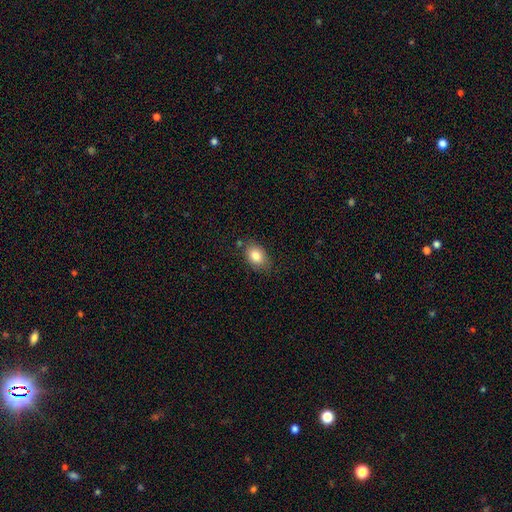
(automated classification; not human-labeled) smooth-or-featured: smooth: 83% | featured or disk: 9% | star or artifact: 8%
  how-rounded: in between: 80% | round: 18% | cigar-shaped: 1%
  merging: none: 77% | minor disturbance: 17% | major disturbance: 3% | merger: 3%